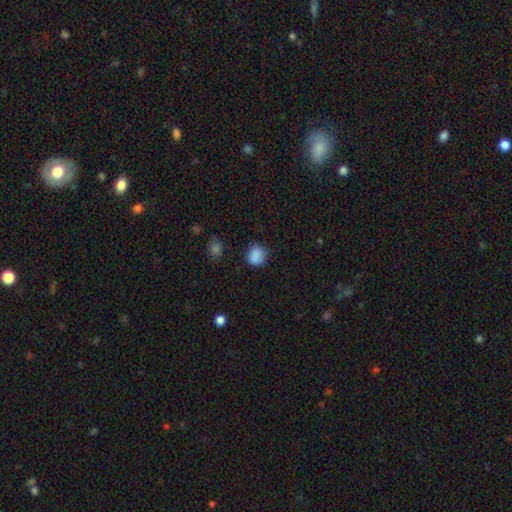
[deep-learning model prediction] Smooth or featured?
  - smooth: 85% *
  - star or artifact: 10%
  - featured or disk: 5%
How rounded?
  - round: 76% *
  - in between: 23%
  - cigar-shaped: 1%
Merging?
  - none: 74% *
  - minor disturbance: 19%
  - major disturbance: 4%
  - merger: 2%